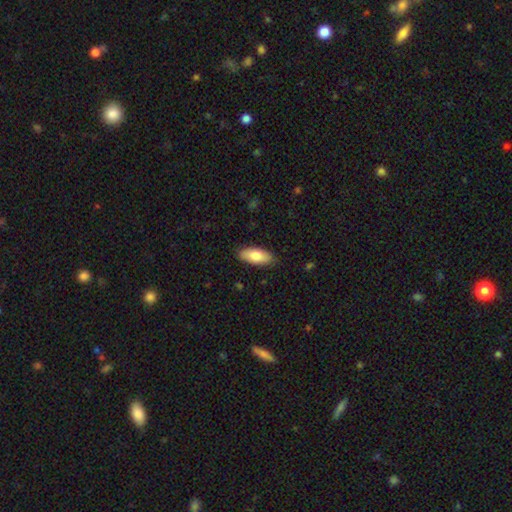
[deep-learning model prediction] Q: Smooth or featured?
A: smooth (80%); runner-up: featured or disk (14%)
Q: How rounded?
A: in between (83%); runner-up: cigar-shaped (15%)
Q: Merging?
A: none (87%); runner-up: minor disturbance (10%)